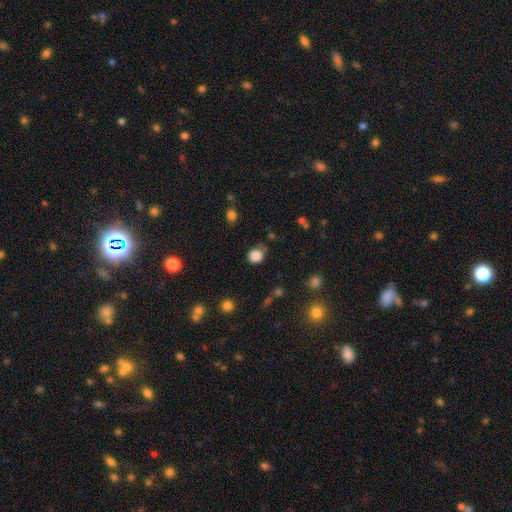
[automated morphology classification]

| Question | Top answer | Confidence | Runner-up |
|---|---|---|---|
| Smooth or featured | smooth | 85% | star or artifact (11%) |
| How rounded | round | 81% | in between (18%) |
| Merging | none | 68% | minor disturbance (22%) |